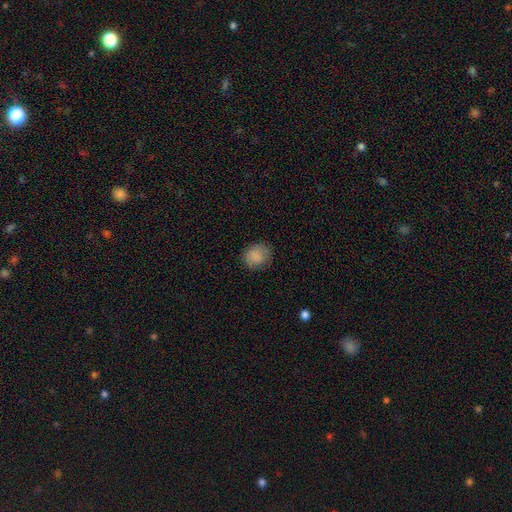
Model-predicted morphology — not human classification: smooth 85%, star or artifact 8%, featured or disk 7%. Down the decision tree: how rounded — round (70%); merging — none (74%).